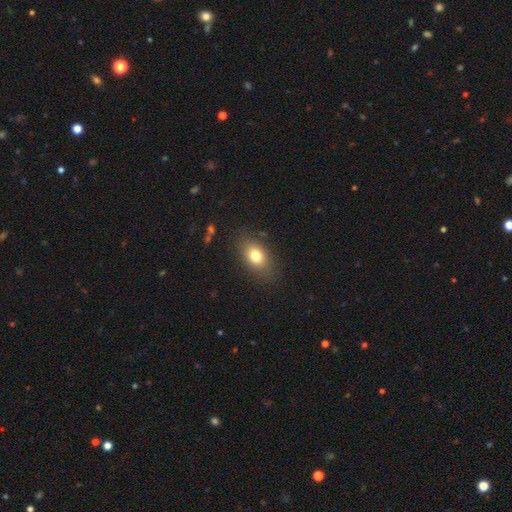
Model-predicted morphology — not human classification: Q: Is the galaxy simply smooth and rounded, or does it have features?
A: smooth — 77%.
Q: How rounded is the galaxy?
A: in between — 80%.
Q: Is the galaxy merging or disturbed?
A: none — 83%.